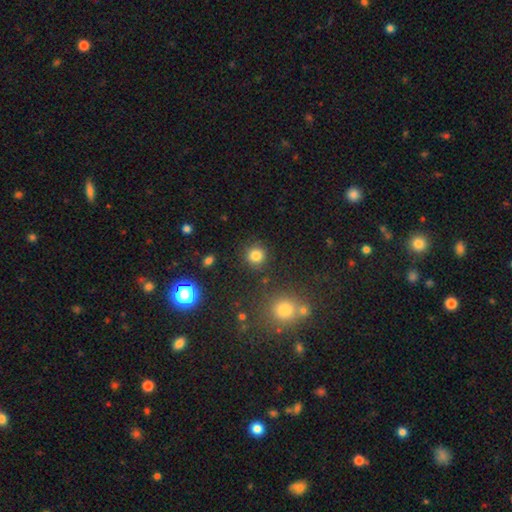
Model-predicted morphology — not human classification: Smooth or featured?
  - smooth: 82% *
  - star or artifact: 13%
  - featured or disk: 5%
How rounded?
  - round: 92% *
  - in between: 7%
  - cigar-shaped: 1%
Merging?
  - none: 88% *
  - minor disturbance: 7%
  - merger: 3%
  - major disturbance: 3%